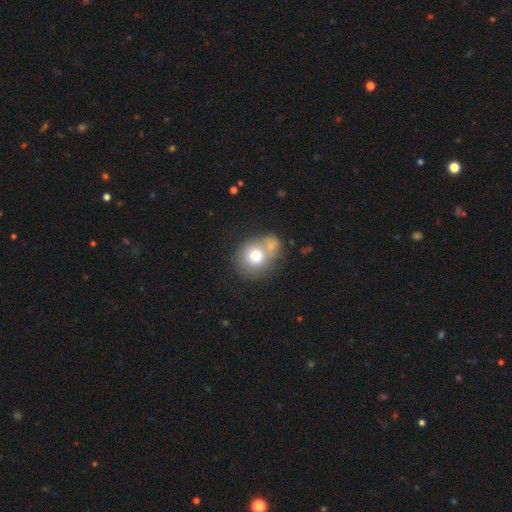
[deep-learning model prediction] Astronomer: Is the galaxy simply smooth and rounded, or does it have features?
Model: smooth — 73%.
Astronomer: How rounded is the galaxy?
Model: round — 73%.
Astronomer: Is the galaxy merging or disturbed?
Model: merger — 41% (runner-up: none, 37%).